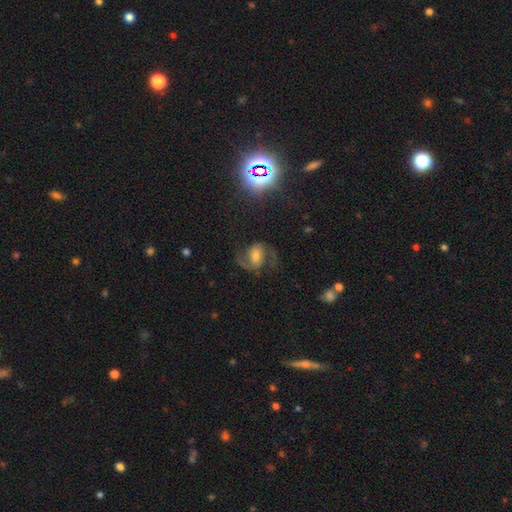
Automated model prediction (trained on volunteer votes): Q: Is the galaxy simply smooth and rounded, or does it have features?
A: featured or disk — 72%.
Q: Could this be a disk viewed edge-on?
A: no — 97%.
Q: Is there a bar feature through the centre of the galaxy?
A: weak — 46%.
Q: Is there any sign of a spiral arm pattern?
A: yes — 94%.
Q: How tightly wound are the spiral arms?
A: medium — 54%.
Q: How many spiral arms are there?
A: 2 — 91%.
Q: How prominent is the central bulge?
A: moderate — 49%.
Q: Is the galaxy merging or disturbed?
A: none — 71%.